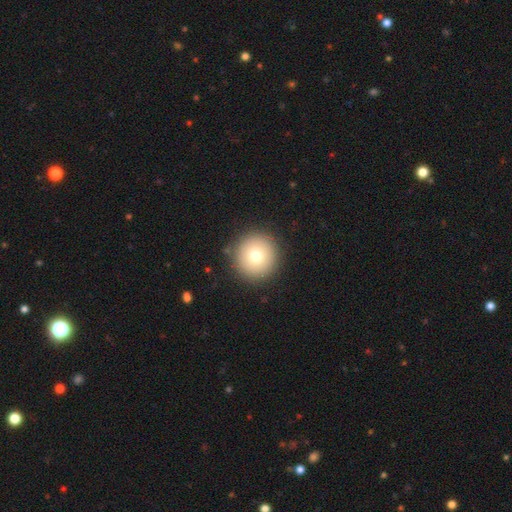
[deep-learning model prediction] smooth-or-featured: smooth: 77% | featured or disk: 13% | star or artifact: 11%
  how-rounded: round: 96% | in between: 3% | cigar-shaped: 1%
  merging: none: 90% | minor disturbance: 6% | major disturbance: 2% | merger: 1%